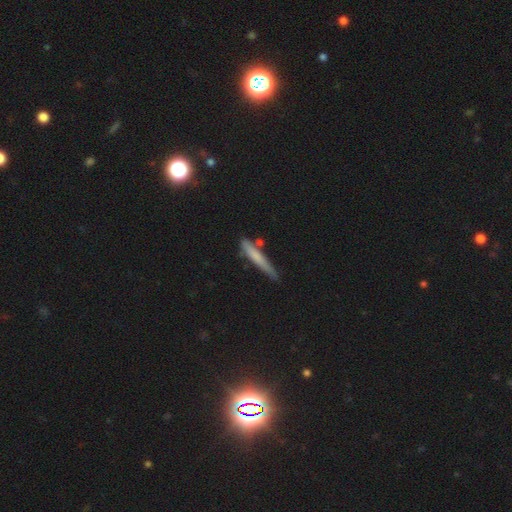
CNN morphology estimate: Smooth or featured: smooth — 66% (featured or disk — 27%)
How rounded: cigar-shaped — 93% (in between — 5%)
Merging: none — 67% (minor disturbance — 22%)